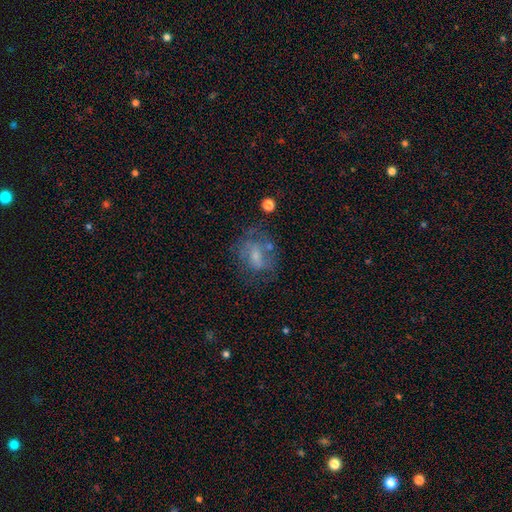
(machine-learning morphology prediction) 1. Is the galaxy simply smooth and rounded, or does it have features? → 51% featured or disk, 37% smooth, 12% star or artifact.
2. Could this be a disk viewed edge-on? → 96% no, 4% yes.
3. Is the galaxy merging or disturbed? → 51% none, 22% major disturbance, 21% minor disturbance, 6% merger.